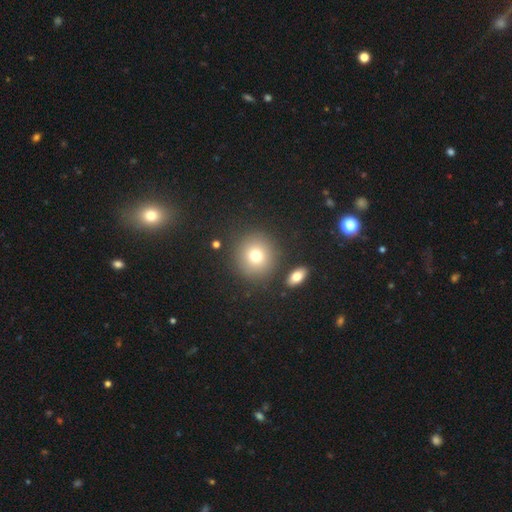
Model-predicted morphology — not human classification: Smooth or featured? Predicted: smooth (p=0.75). How rounded? Predicted: round (p=0.90). Merging? Predicted: none (p=0.84).